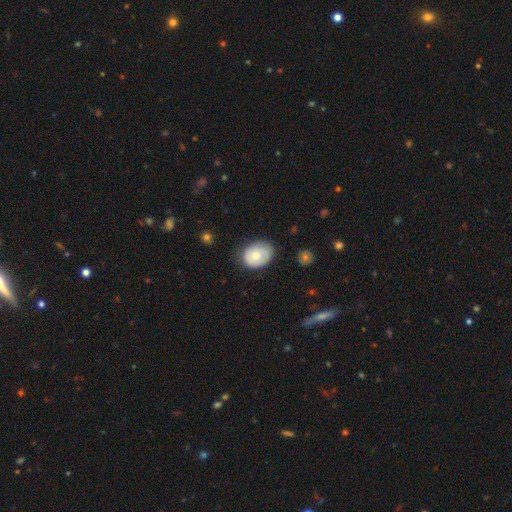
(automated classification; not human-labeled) Smooth or featured? smooth (71%)
How rounded? in between (64%)
Merging? none (70%)